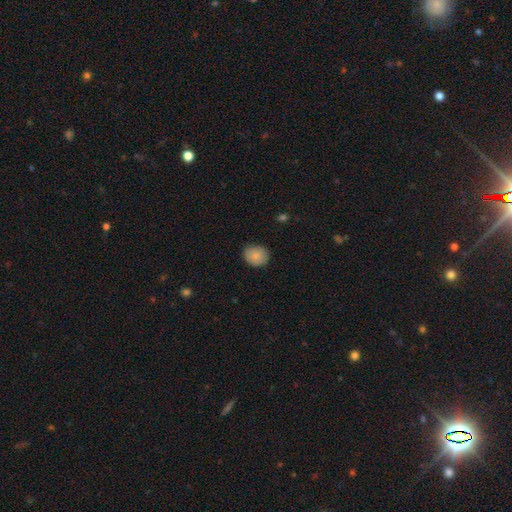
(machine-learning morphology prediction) Smooth or featured? smooth (83%)
How rounded? round (74%)
Merging? none (83%)